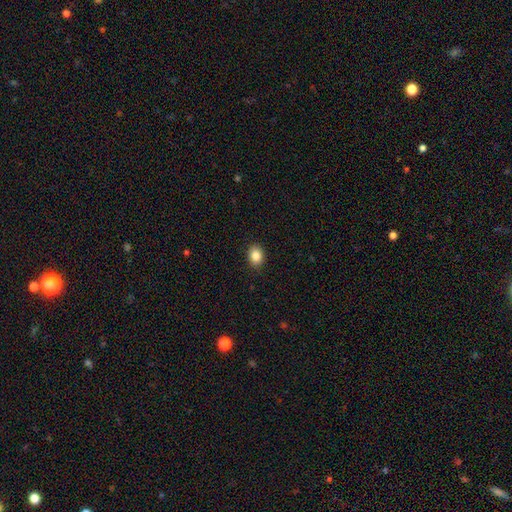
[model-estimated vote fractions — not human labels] This is clearly a smooth galaxy (85%). How rounded: likely in between (64%). Merging: clearly none (89%).